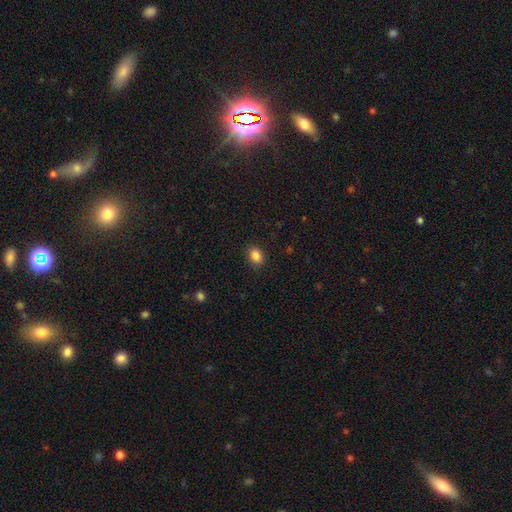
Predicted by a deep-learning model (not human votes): Smooth or featured: smooth — 87% (star or artifact — 10%)
How rounded: in between — 65% (round — 34%)
Merging: none — 88% (minor disturbance — 9%)